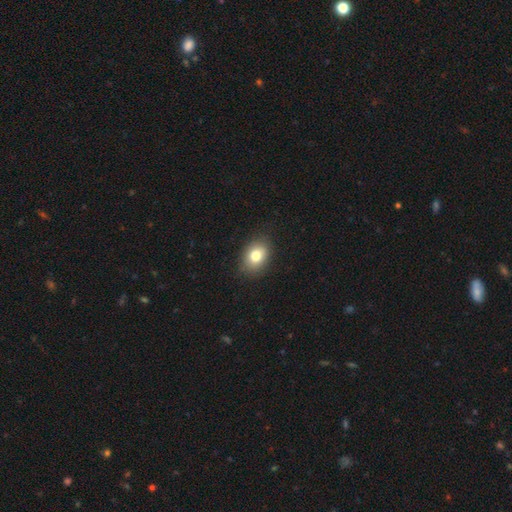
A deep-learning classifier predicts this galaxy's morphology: Q: Smooth or featured?
A: smooth (79%); runner-up: featured or disk (11%)
Q: How rounded?
A: in between (66%); runner-up: round (33%)
Q: Merging?
A: none (85%); runner-up: minor disturbance (11%)